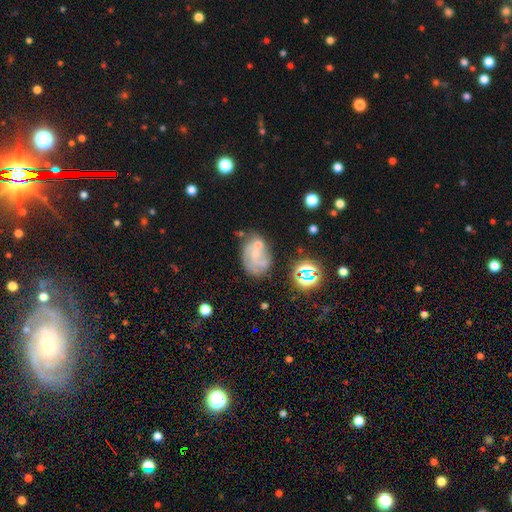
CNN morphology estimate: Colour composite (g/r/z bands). It shows a featured or disk galaxy (58%) with no bar (73%), spiral arms (63%) and a small central bulge (43%). Merging: none (46%).